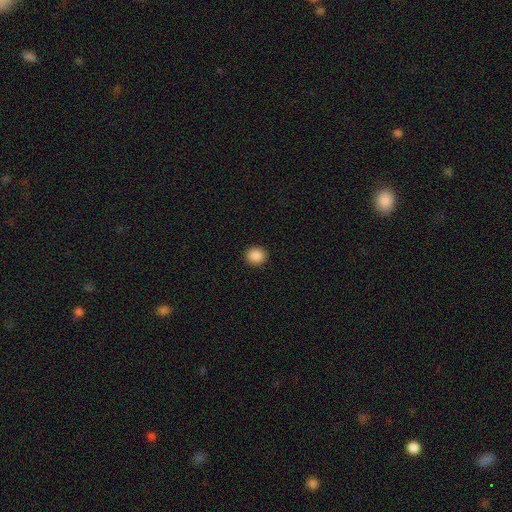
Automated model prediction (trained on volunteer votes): The model was most divided on "how rounded": round: 79%, in between: 20%, cigar-shaped: 1%. More confident: merging — none (92%); smooth or featured — smooth (88%).